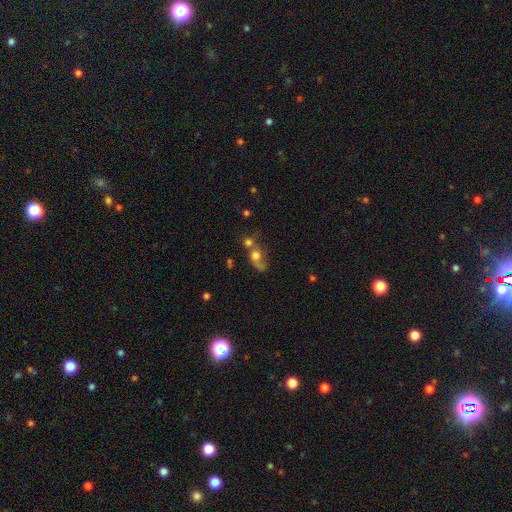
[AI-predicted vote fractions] Smooth or featured?
  - smooth: 65% *
  - featured or disk: 22%
  - star or artifact: 13%
How rounded?
  - round: 59% *
  - in between: 38%
  - cigar-shaped: 3%
Merging?
  - merger: 45% *
  - none: 23%
  - major disturbance: 20%
  - minor disturbance: 12%